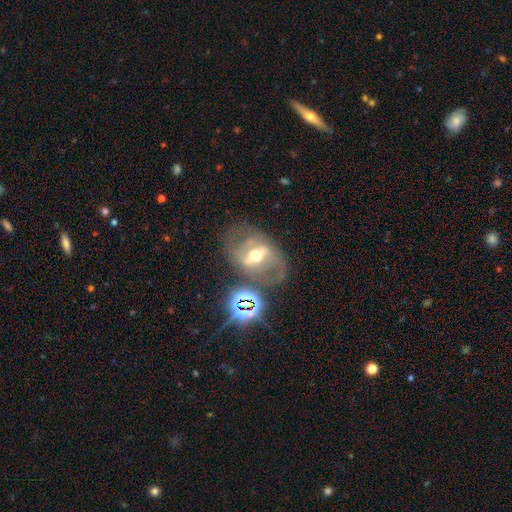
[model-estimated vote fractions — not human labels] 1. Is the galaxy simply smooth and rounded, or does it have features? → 74% featured or disk, 15% smooth, 12% star or artifact.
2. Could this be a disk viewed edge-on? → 93% no, 7% yes.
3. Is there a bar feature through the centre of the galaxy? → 58% strong, 29% weak, 13% no.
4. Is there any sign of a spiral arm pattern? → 69% yes, 31% no.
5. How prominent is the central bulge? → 70% moderate, 20% small, 8% large, 1% dominant, 1% none.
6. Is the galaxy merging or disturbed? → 61% none, 17% minor disturbance, 15% major disturbance, 8% merger.